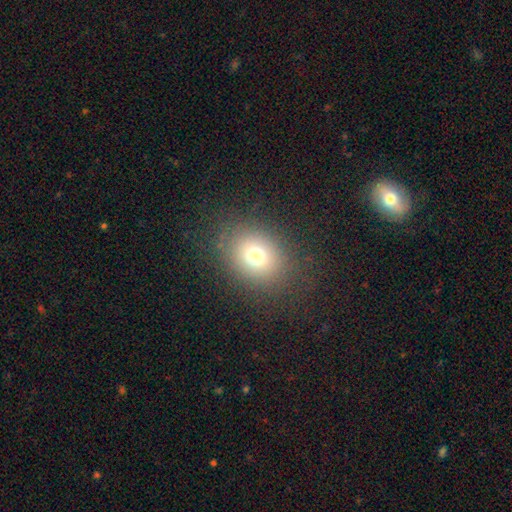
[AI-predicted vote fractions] This appears to be a smooth galaxy with no disk features (73%) that is round (54%). Merging: none (83%).